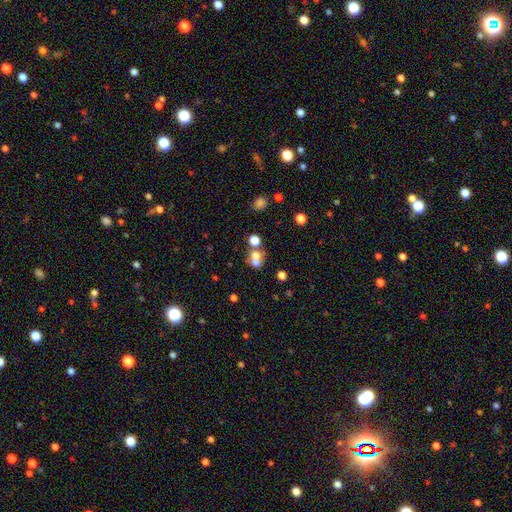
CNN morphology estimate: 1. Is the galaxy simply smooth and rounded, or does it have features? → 61% smooth, 20% featured or disk, 19% star or artifact.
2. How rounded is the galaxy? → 71% round, 28% in between, 1% cigar-shaped.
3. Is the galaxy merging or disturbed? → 54% merger, 35% none, 7% minor disturbance, 4% major disturbance.